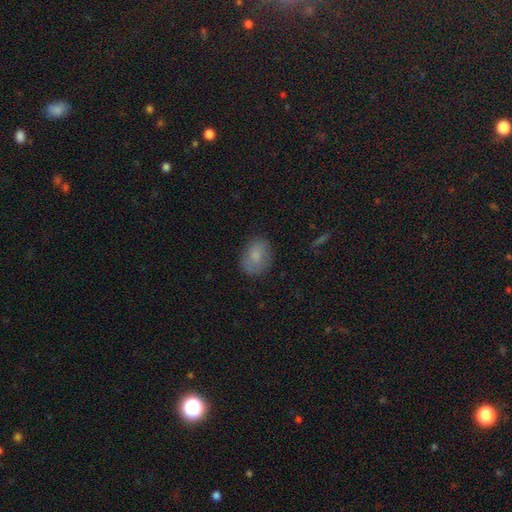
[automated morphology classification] Smooth or featured: smooth — 77% (featured or disk — 15%)
How rounded: in between — 63% (round — 36%)
Merging: none — 75% (minor disturbance — 19%)